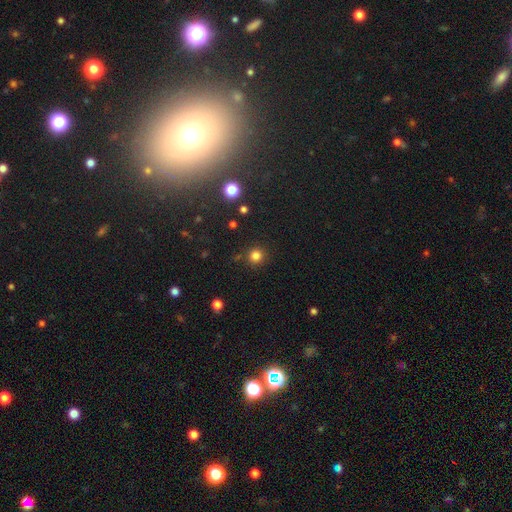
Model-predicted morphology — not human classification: Smooth or featured? smooth (81%)
How rounded? round (94%)
Merging? none (87%)